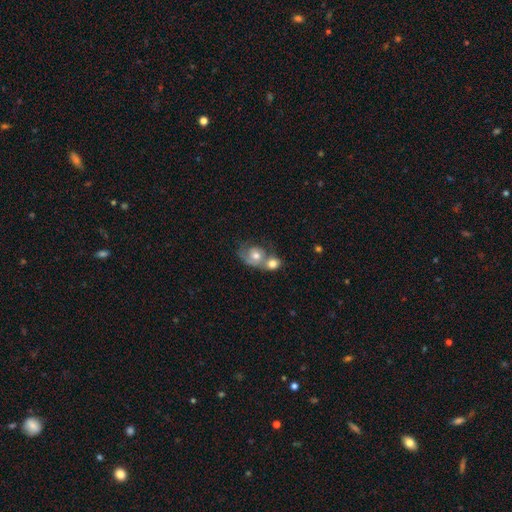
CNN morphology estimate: smooth 48%, featured or disk 44%, star or artifact 7%. Down the decision tree: merging — merger (64%).